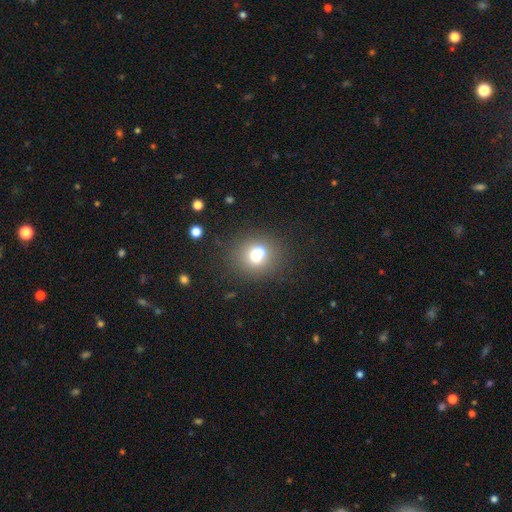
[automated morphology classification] The model was most divided on "merging": none: 49%, merger: 37%, minor disturbance: 9%, major disturbance: 4%. More confident: how rounded — round (79%); smooth or featured — smooth (66%).